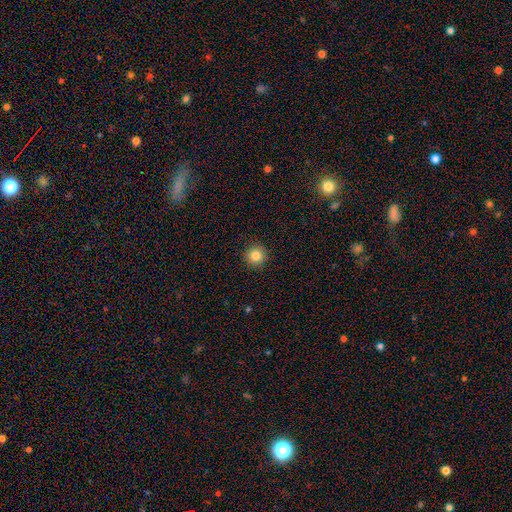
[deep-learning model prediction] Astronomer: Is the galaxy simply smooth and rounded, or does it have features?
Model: smooth — 83%.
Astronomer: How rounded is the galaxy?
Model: round — 96%.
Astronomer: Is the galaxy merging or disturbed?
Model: none — 92%.